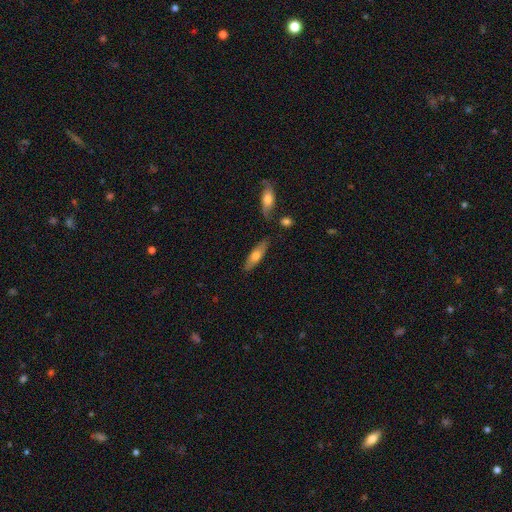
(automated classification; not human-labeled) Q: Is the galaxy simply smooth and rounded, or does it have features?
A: smooth — 59%.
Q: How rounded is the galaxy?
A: in between — 50%.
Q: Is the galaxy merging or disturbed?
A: none — 81%.